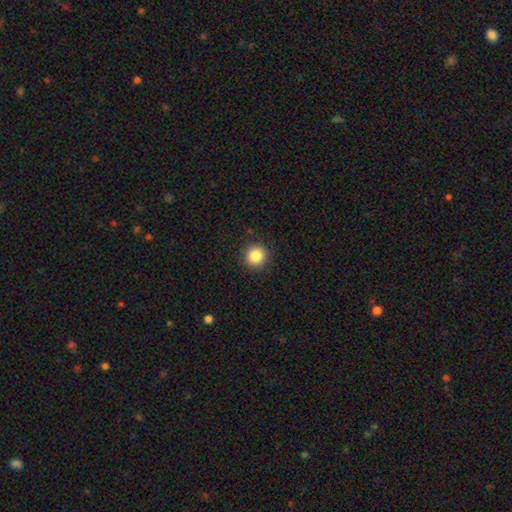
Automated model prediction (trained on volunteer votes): A smooth galaxy with no disk features (86%) that is round (94%). Merging: none (92%).